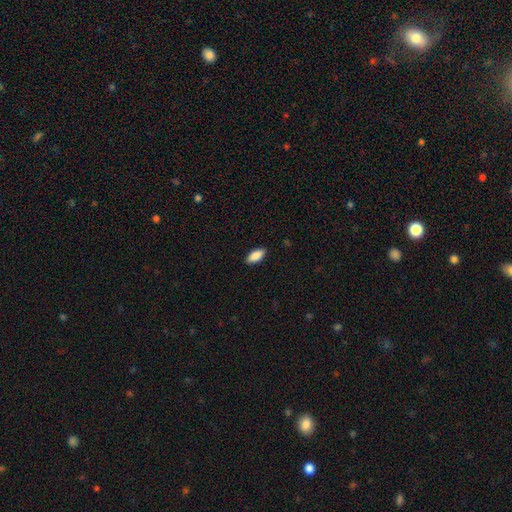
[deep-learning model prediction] Morphology: type=smooth (88%); roundness=in between (88%); merging=none (89%).